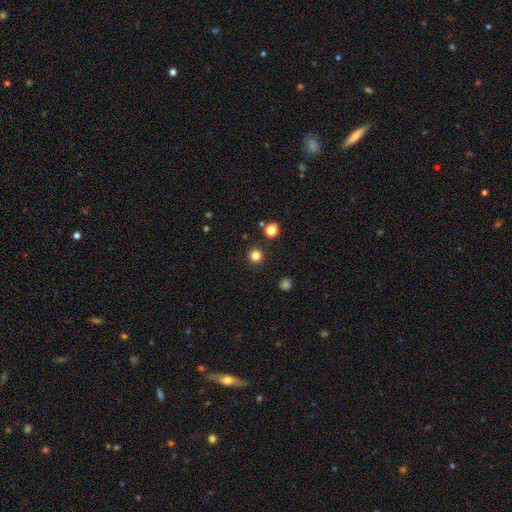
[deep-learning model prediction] Smooth or featured: smooth — 80% (star or artifact — 15%)
How rounded: round — 95% (in between — 4%)
Merging: none — 92% (minor disturbance — 4%)